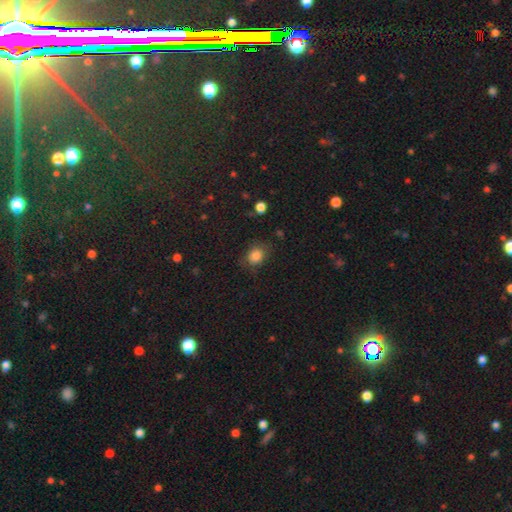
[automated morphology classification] Smooth or featured?
  - smooth: 83% *
  - star or artifact: 11%
  - featured or disk: 6%
How rounded?
  - round: 57% *
  - in between: 42%
  - cigar-shaped: 1%
Merging?
  - none: 71% *
  - minor disturbance: 20%
  - major disturbance: 7%
  - merger: 2%